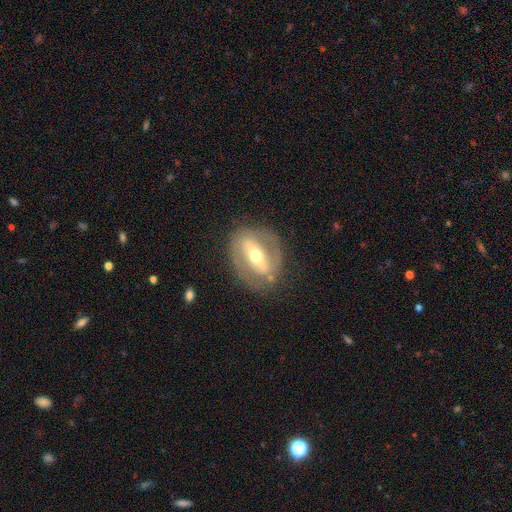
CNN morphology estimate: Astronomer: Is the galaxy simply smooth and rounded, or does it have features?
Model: featured or disk — 73%.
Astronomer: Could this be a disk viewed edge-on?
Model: no — 89%.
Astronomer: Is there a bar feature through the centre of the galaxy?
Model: strong — 60%.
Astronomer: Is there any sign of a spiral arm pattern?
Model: no — 51% (runner-up: yes, 49%).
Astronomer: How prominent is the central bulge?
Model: moderate — 62%.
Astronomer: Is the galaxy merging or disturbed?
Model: none — 76%.